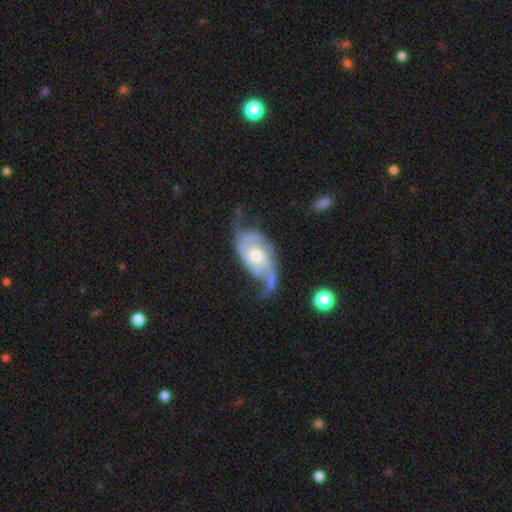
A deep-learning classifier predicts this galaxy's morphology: Overall: featured or disk (84%). Edge-on disk: no (96%). Bar: no (64%; weak 30%). Spiral arms: yes (94%). Spiral arm count: 2 (71%). Spiral winding: medium (41%; loose 37%). Bulge size: moderate (67%). Merging: none (43%; minor disturbance 27%).